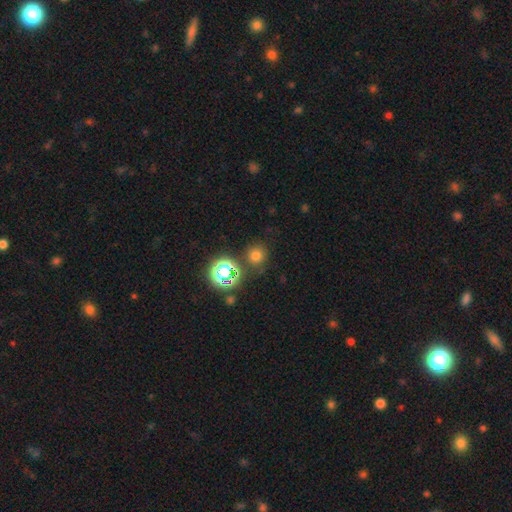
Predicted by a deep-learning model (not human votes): This appears to be a smooth galaxy with no disk features (70%) that is round (90%). Merging: none (82%).